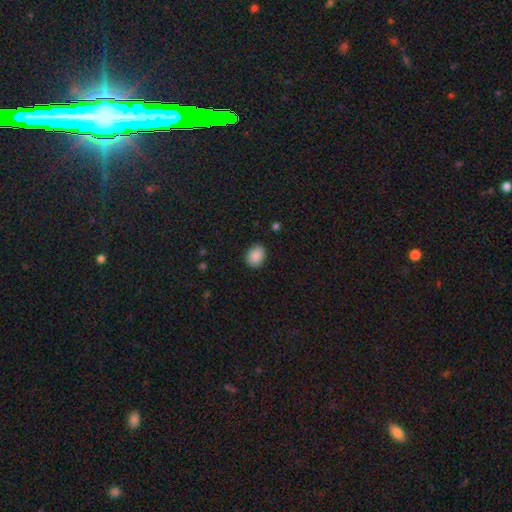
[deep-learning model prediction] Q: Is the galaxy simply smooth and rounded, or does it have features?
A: smooth — 89%.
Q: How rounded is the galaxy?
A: in between — 62%.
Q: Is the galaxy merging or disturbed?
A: none — 87%.